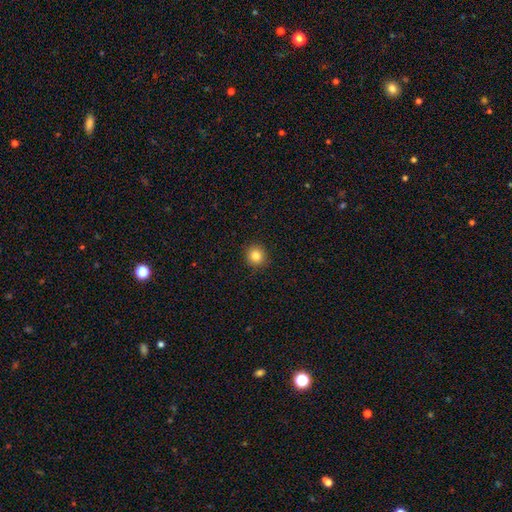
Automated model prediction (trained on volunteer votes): Smooth or featured: smooth — 84% (star or artifact — 11%)
How rounded: round — 93% (in between — 6%)
Merging: none — 92% (minor disturbance — 6%)